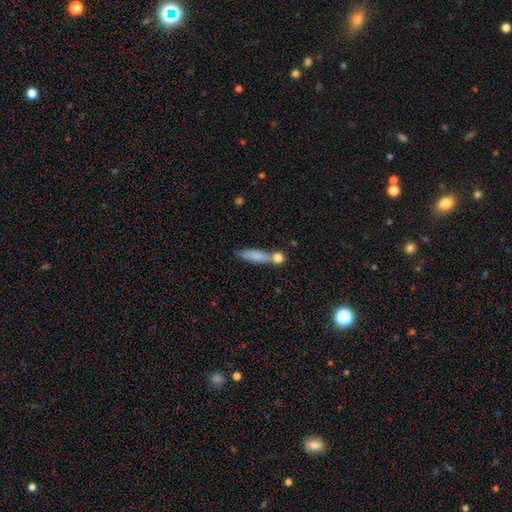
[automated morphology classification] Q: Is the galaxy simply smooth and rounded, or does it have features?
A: smooth — 78%.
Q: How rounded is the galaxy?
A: cigar-shaped — 68%.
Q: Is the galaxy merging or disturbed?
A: none — 55%.